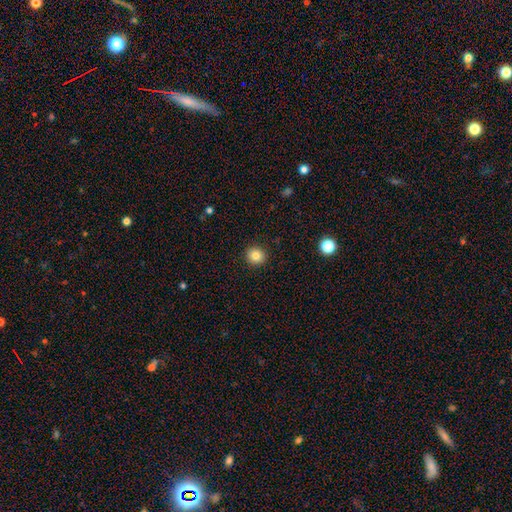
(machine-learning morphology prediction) A smooth galaxy with no disk features (83%) that is round (92%). Merging: none (92%).